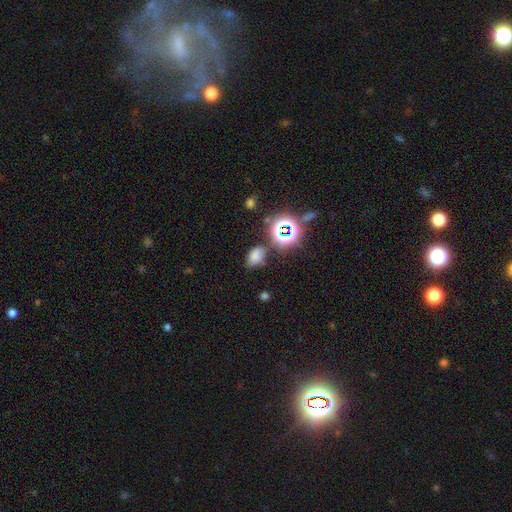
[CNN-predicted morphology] This appears to be a smooth galaxy with no disk features (67%) that is in between round and cigar-shaped (78%). Merging: none (65%).